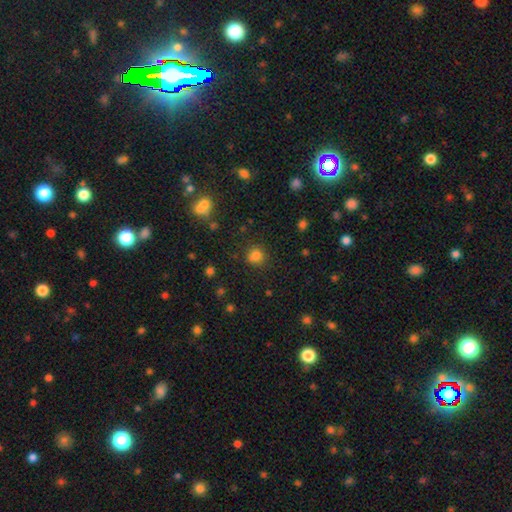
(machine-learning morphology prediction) Smooth or featured?
  - smooth: 77% *
  - star or artifact: 17%
  - featured or disk: 6%
How rounded?
  - round: 81% *
  - in between: 18%
  - cigar-shaped: 1%
Merging?
  - none: 73% *
  - minor disturbance: 14%
  - merger: 9%
  - major disturbance: 5%